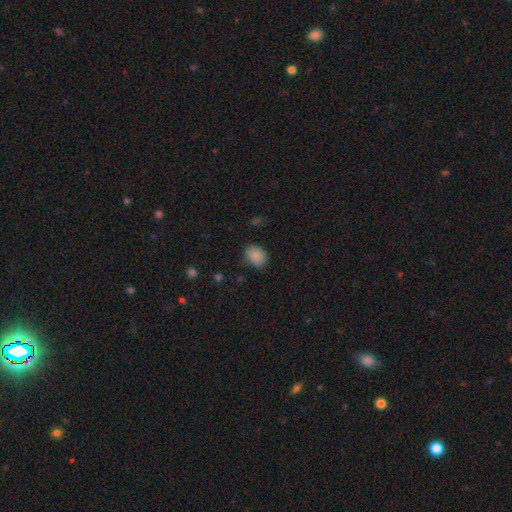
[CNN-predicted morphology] Smooth or featured? Predicted: smooth (p=0.87). How rounded? Predicted: in between (p=0.57). Merging? Predicted: none (p=0.78).